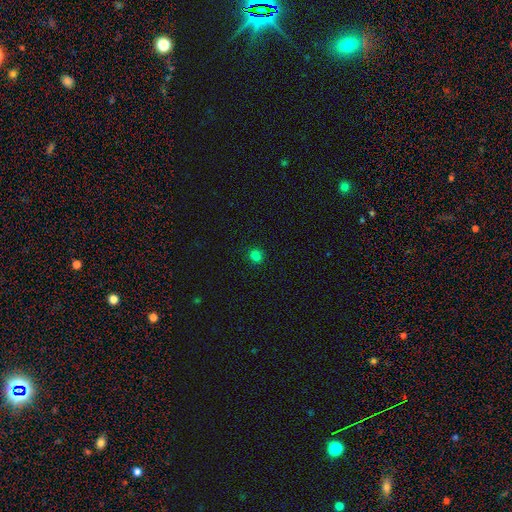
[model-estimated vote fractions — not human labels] smooth_or_featured: smooth (p=0.77) [alt: star or artifact p=0.19]
how_rounded: round (p=0.70) [alt: in between p=0.29]
merging: none (p=0.85) [alt: minor disturbance p=0.10]